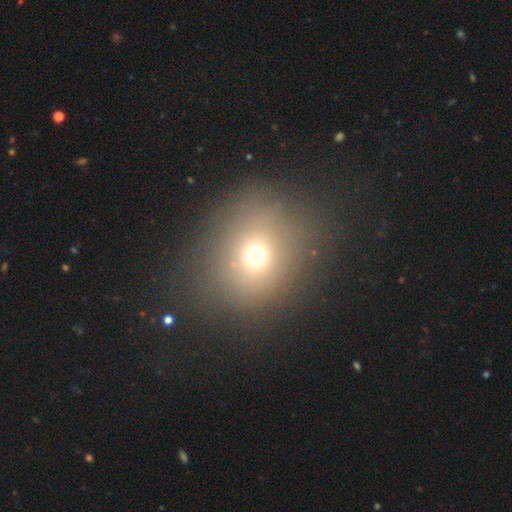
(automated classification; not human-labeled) smooth-or-featured: smooth: 66% | star or artifact: 21% | featured or disk: 13%
  how-rounded: round: 64% | in between: 35% | cigar-shaped: 1%
  merging: none: 78% | minor disturbance: 12% | major disturbance: 8% | merger: 2%